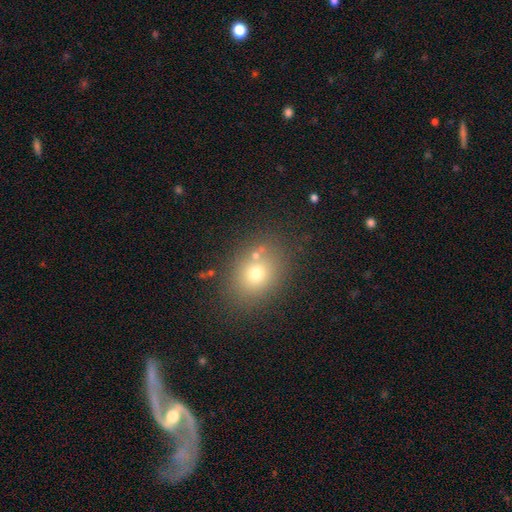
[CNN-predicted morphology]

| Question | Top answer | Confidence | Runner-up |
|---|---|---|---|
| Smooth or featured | smooth | 69% | star or artifact (17%) |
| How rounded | round | 54% | in between (45%) |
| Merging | none | 76% | minor disturbance (12%) |